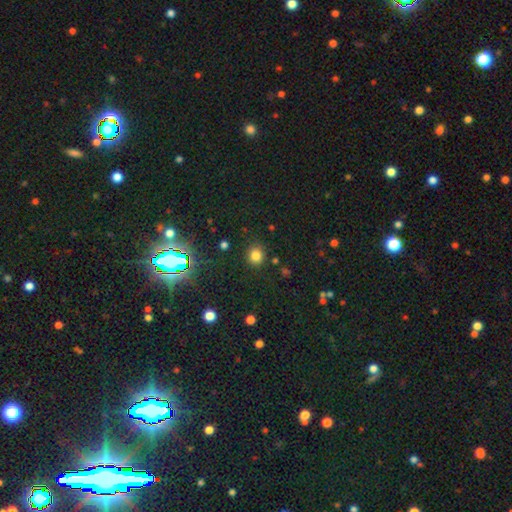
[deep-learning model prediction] Overall: smooth (78%). How rounded: round (79%). Merging: none (86%).